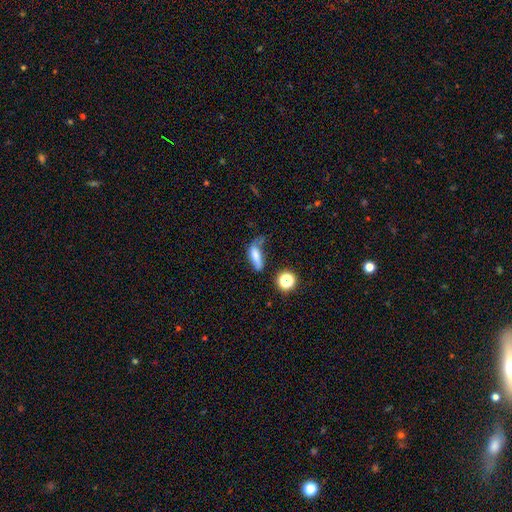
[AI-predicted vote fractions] Morphology: type=smooth (66%); roundness=in between (63%); merging=none (32%).